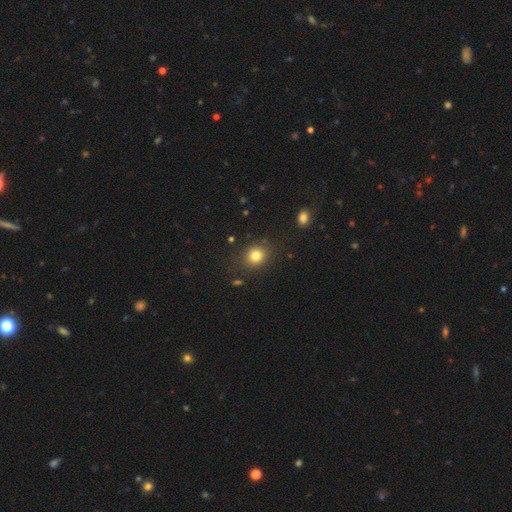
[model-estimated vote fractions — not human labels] smooth-or-featured: smooth: 81% | star or artifact: 12% | featured or disk: 7%
  how-rounded: round: 72% | in between: 27% | cigar-shaped: 1%
  merging: none: 83% | minor disturbance: 11% | major disturbance: 4% | merger: 2%